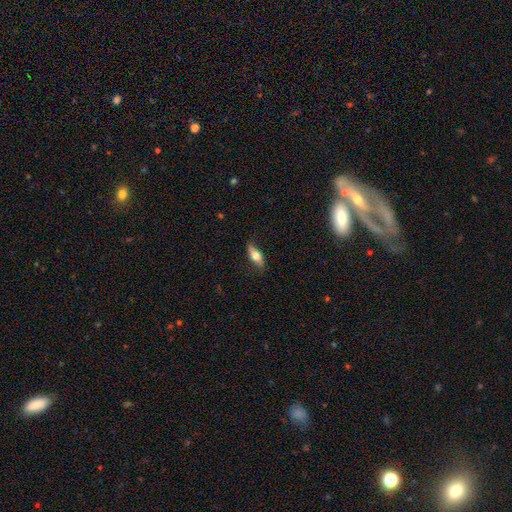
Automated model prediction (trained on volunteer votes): This appears to be a smooth galaxy with no disk features (61%) that is in between round and cigar-shaped (64%). Merging: none (80%).